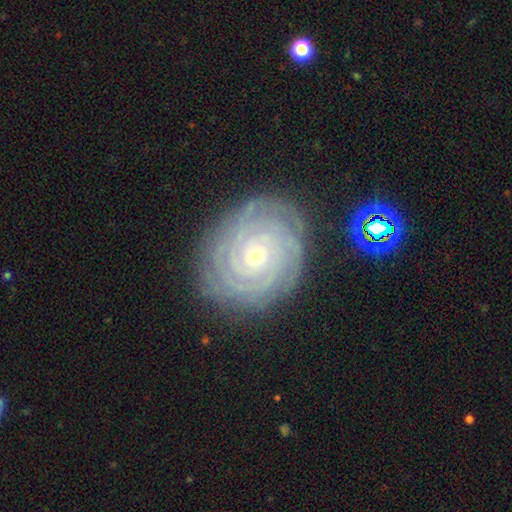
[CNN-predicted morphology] Overall: featured or disk (87%). Edge-on disk: no (98%). Bar: no (81%). Spiral arms: yes (98%). Spiral arm count: 4 (25%; can't tell 21%). Spiral winding: tight (89%). Bulge size: small (83%). Merging: none (83%).